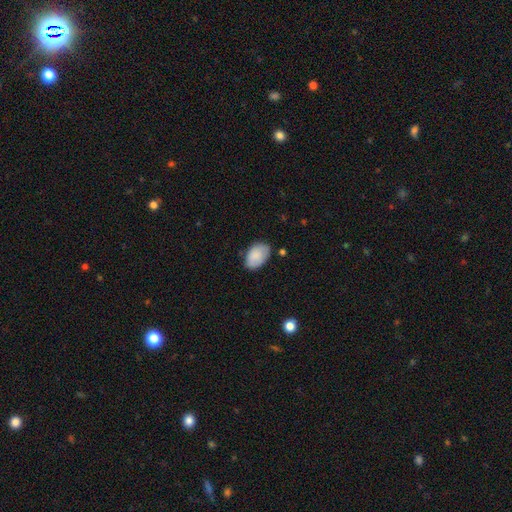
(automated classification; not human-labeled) Smooth or featured? Predicted: smooth (p=0.85). How rounded? Predicted: in between (p=0.91). Merging? Predicted: none (p=0.73).